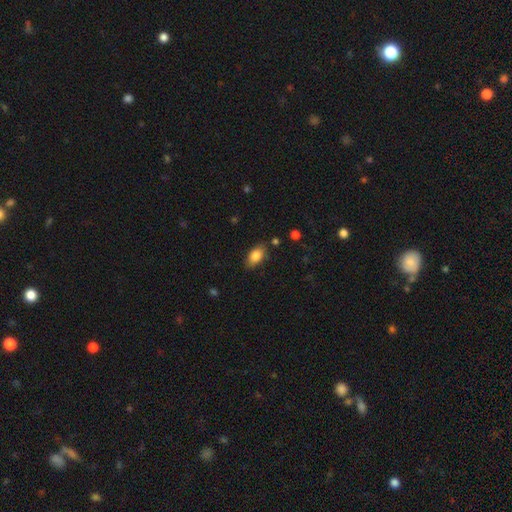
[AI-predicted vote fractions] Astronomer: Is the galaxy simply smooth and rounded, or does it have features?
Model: smooth — 83%.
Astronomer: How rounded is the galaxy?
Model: in between — 90%.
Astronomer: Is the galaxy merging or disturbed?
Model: none — 82%.